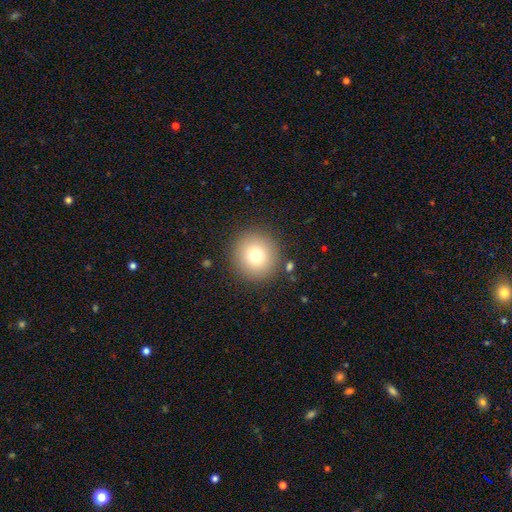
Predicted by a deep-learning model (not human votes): Smooth or featured?
  - smooth: 77% *
  - star or artifact: 12%
  - featured or disk: 11%
How rounded?
  - round: 95% *
  - in between: 4%
  - cigar-shaped: 1%
Merging?
  - none: 89% *
  - minor disturbance: 6%
  - major disturbance: 3%
  - merger: 2%